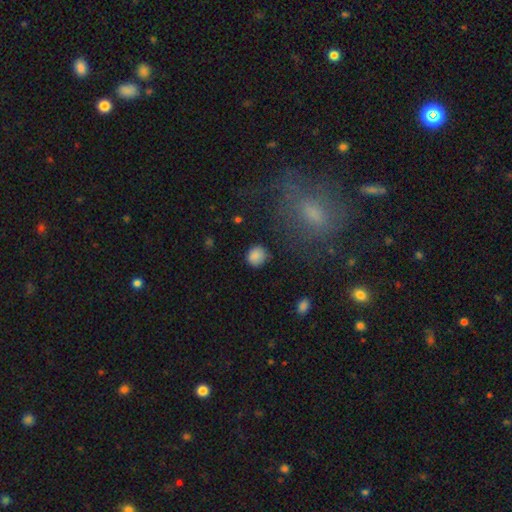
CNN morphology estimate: Smooth or featured? Predicted: smooth (p=0.85). How rounded? Predicted: round (p=0.88). Merging? Predicted: none (p=0.84).